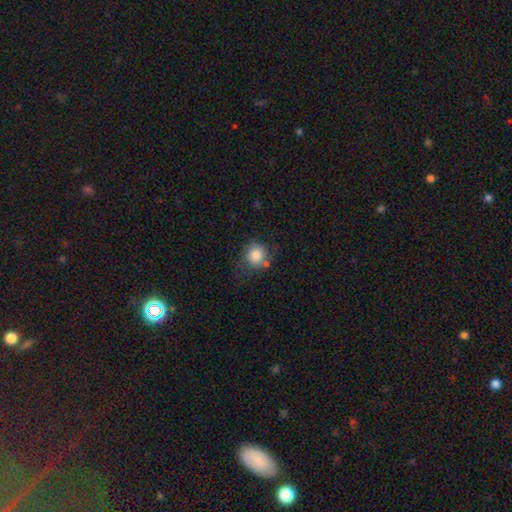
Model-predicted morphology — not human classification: Smooth or featured? Predicted: smooth (p=0.83). How rounded? Predicted: round (p=0.86). Merging? Predicted: none (p=0.61).